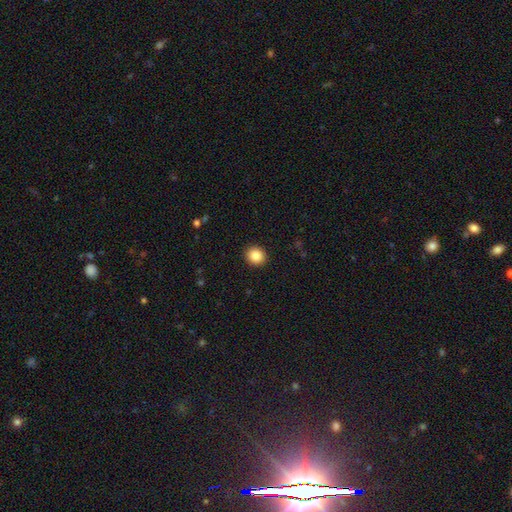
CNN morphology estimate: smooth_or_featured: smooth (p=0.87) [alt: star or artifact p=0.09]
how_rounded: round (p=0.86) [alt: in between p=0.13]
merging: none (p=0.92) [alt: minor disturbance p=0.05]